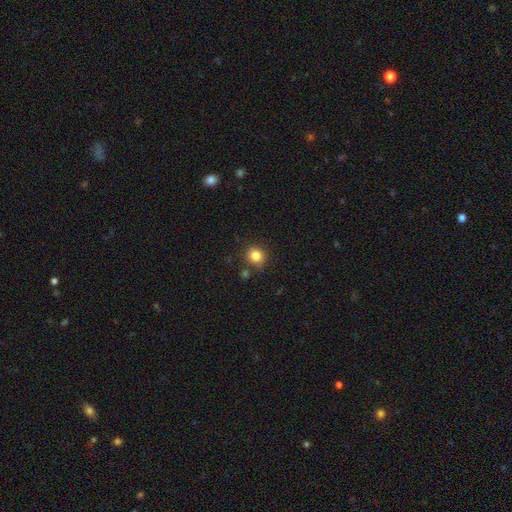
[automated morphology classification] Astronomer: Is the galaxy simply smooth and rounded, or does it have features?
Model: smooth — 84%.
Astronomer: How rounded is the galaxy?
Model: round — 83%.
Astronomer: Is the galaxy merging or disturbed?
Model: none — 83%.